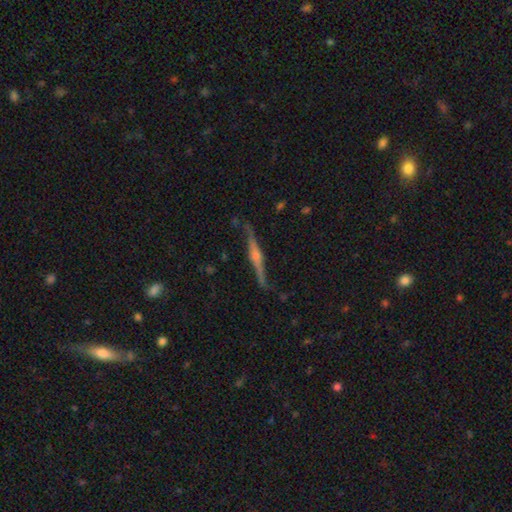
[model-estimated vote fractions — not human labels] featured or disk 81%, smooth 13%, star or artifact 6%. Down the decision tree: edge-on disk — yes (98%); edge-on bulge — rounded (84%); merging — none (85%).